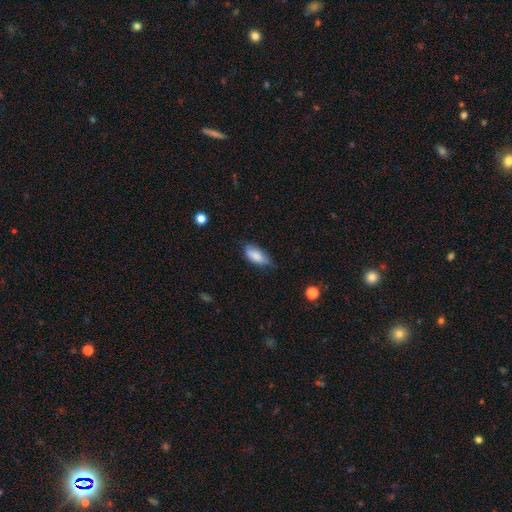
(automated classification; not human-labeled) Overall: smooth (84%). How rounded: in between (87%). Merging: none (51%; minor disturbance 39%).